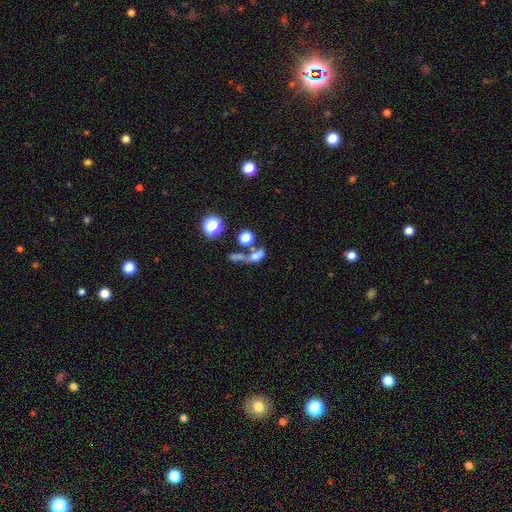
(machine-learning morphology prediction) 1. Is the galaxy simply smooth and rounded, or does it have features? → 61% smooth, 21% featured or disk, 18% star or artifact.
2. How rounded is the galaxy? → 61% in between, 28% round, 11% cigar-shaped.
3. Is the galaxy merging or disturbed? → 43% merger, 28% none, 17% major disturbance, 13% minor disturbance.